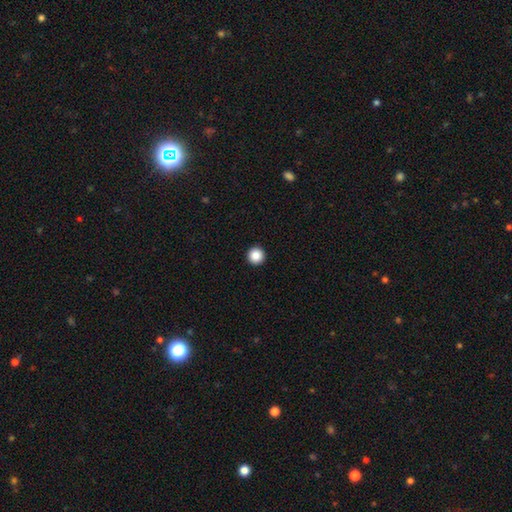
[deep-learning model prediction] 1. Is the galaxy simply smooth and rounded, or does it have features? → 87% smooth, 10% star or artifact, 4% featured or disk.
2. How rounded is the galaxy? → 97% round, 2% in between, 1% cigar-shaped.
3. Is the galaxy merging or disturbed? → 94% none, 3% minor disturbance, 1% major disturbance, 1% merger.